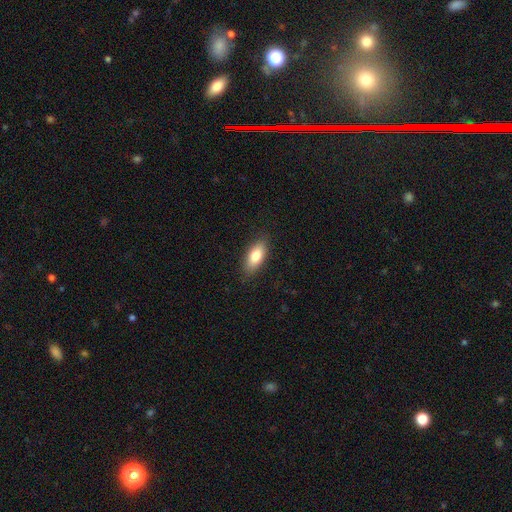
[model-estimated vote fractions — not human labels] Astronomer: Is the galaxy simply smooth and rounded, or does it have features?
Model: smooth — 81%.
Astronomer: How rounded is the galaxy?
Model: in between — 83%.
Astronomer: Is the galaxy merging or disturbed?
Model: none — 86%.